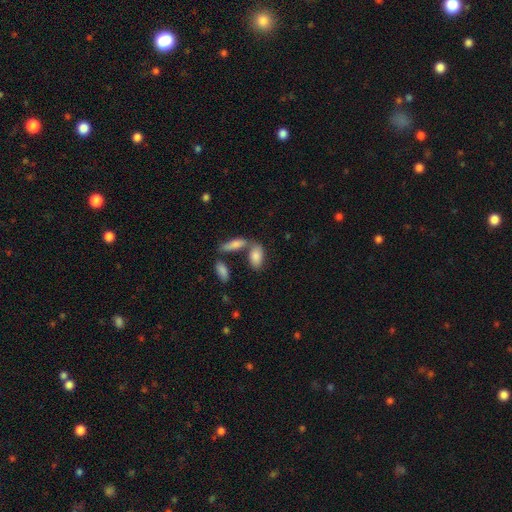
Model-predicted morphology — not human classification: Smooth or featured: smooth — 81% (featured or disk — 12%)
How rounded: in between — 87% (cigar-shaped — 10%)
Merging: none — 50% (merger — 34%)